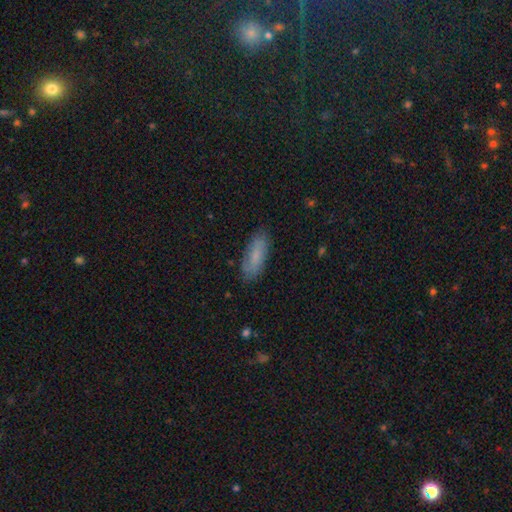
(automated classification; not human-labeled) Morphology: type=smooth (72%); roundness=in between (69%); merging=none (81%).